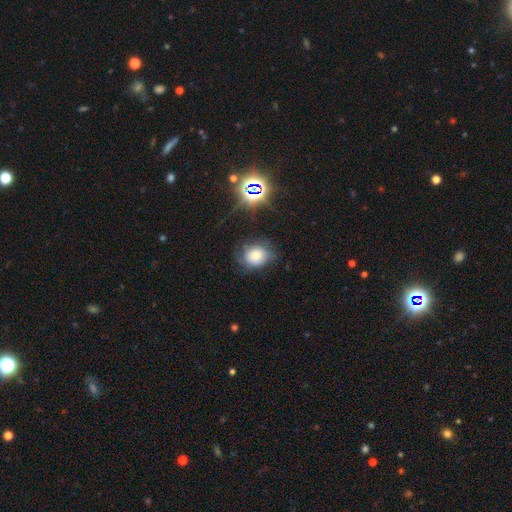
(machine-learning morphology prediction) smooth 63%, featured or disk 19%, star or artifact 18%. Down the decision tree: how rounded — round (62%); merging — none (65%).